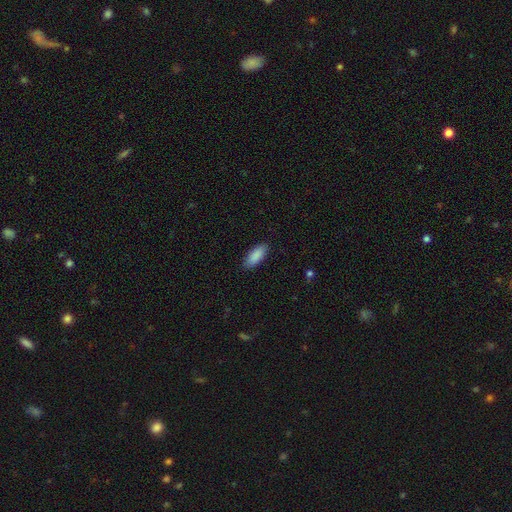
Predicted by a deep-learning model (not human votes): This is clearly a smooth galaxy (89%). How rounded: likely in between (78%). Merging: clearly none (87%).